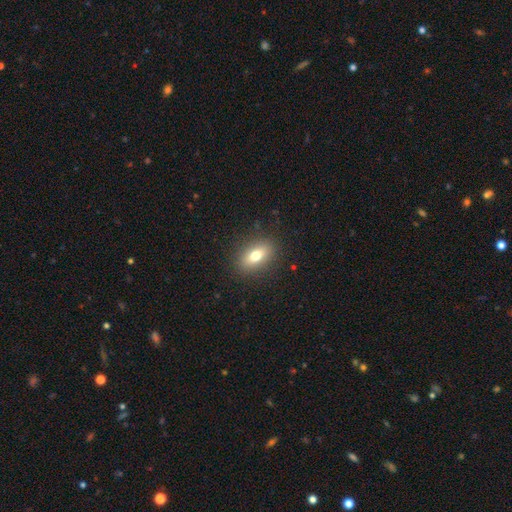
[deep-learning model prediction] smooth-or-featured: smooth: 73% | featured or disk: 17% | star or artifact: 10%
  how-rounded: in between: 82% | round: 12% | cigar-shaped: 7%
  merging: none: 88% | minor disturbance: 8% | major disturbance: 3% | merger: 1%